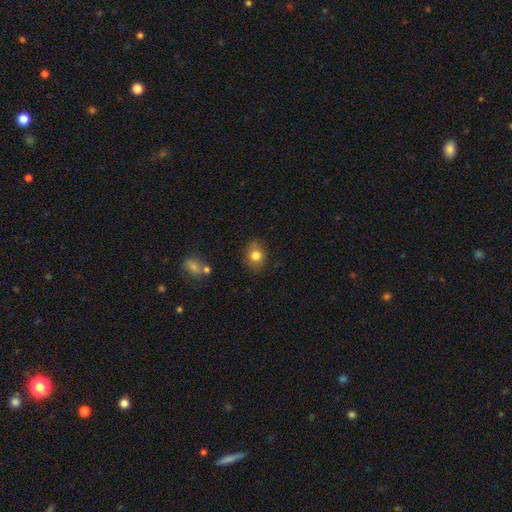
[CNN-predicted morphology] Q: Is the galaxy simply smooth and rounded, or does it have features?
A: smooth — 81%.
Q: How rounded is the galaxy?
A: round — 65%.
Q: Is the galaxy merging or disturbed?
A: none — 77%.